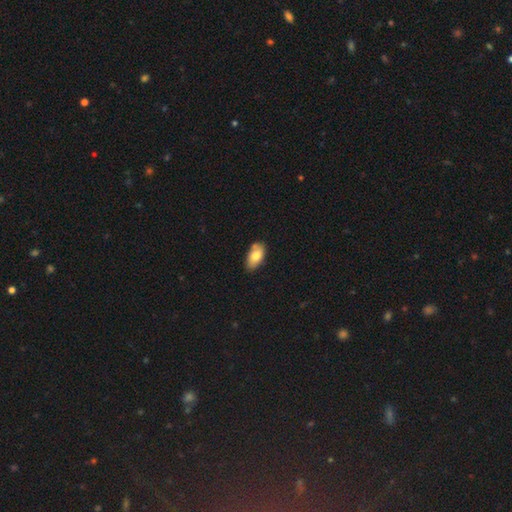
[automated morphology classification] A smooth galaxy with no disk features (77%) that is in between round and cigar-shaped (93%). Merging: none (73%).